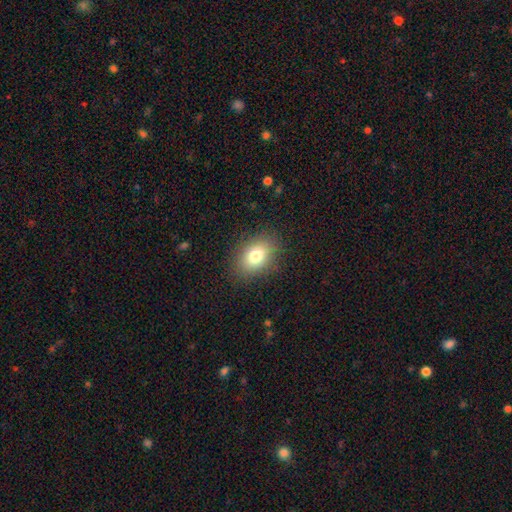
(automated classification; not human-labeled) Overall: smooth (80%). How rounded: in between (79%). Merging: none (86%).